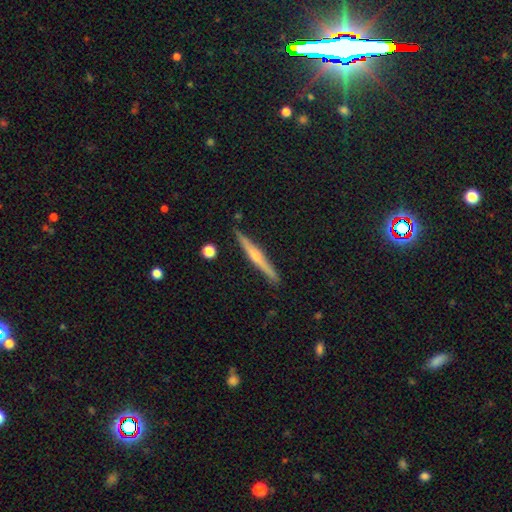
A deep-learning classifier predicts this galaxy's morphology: type=featured or disk (70%); edge-on=yes (98%); edge-on bulge=rounded (79%); merging=none (90%).